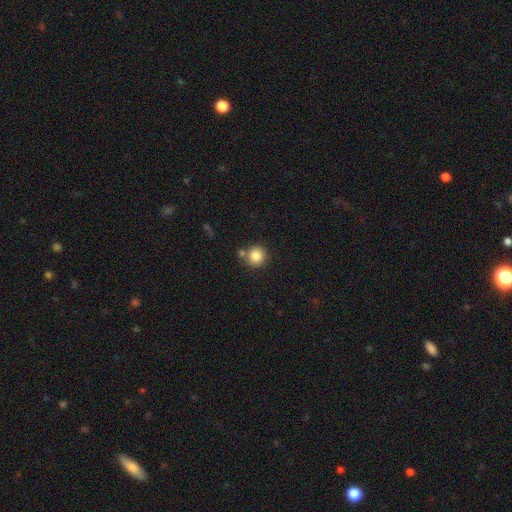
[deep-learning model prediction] Smooth or featured? smooth (85%)
How rounded? round (92%)
Merging? none (71%)